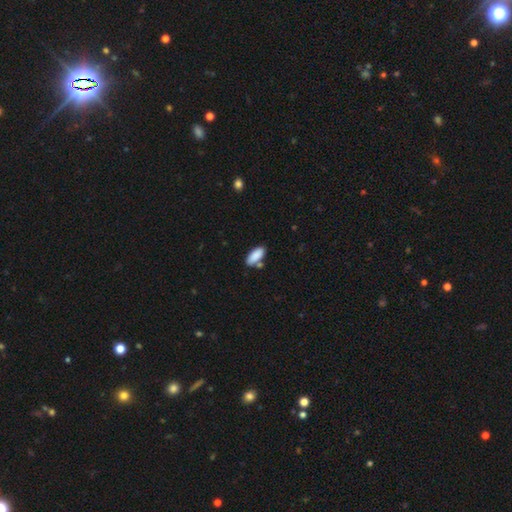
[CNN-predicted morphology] smooth 89%, star or artifact 6%, featured or disk 5%. Down the decision tree: how rounded — in between (84%); merging — none (72%).